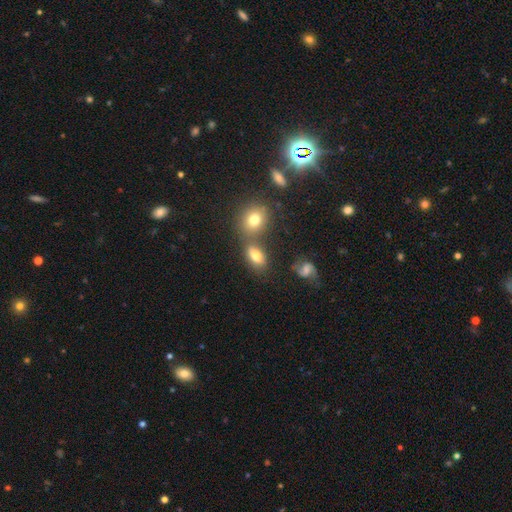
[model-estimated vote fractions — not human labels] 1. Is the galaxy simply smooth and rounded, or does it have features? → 73% smooth, 14% featured or disk, 13% star or artifact.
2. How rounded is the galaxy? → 80% in between, 17% round, 3% cigar-shaped.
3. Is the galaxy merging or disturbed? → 58% none, 23% merger, 13% minor disturbance, 5% major disturbance.